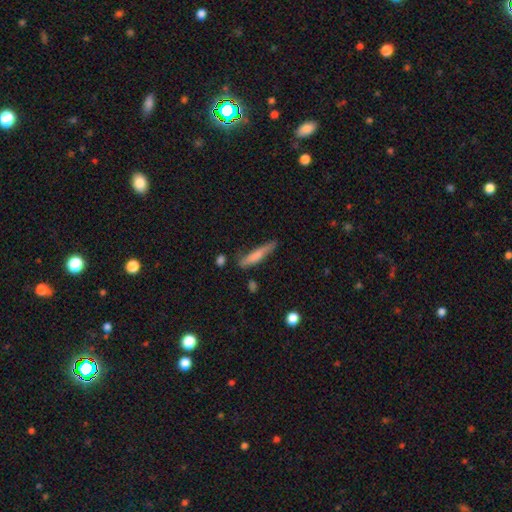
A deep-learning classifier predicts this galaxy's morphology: Smooth or featured? smooth (71%)
How rounded? cigar-shaped (87%)
Merging? none (65%)